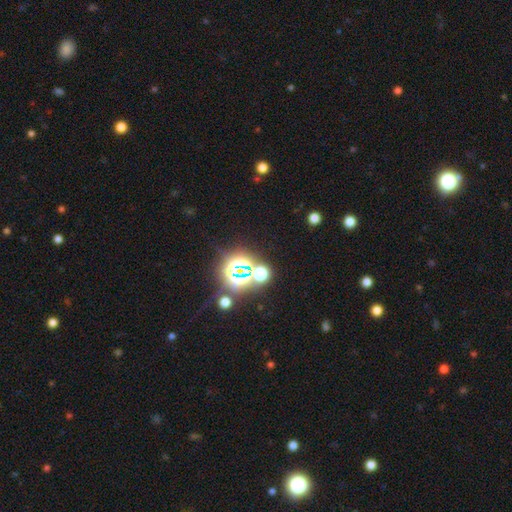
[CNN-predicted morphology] A star or artifact, not a galaxy (80%).

Vote fractions:
- Smooth or featured? star or artifact: 80% / smooth: 13% / featured or disk: 7%